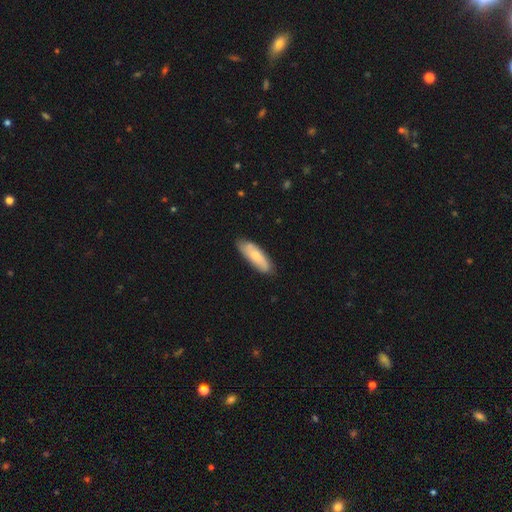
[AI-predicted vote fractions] Q: Smooth or featured?
A: smooth (65%); runner-up: featured or disk (30%)
Q: How rounded?
A: in between (57%); runner-up: cigar-shaped (41%)
Q: Merging?
A: none (79%); runner-up: minor disturbance (17%)